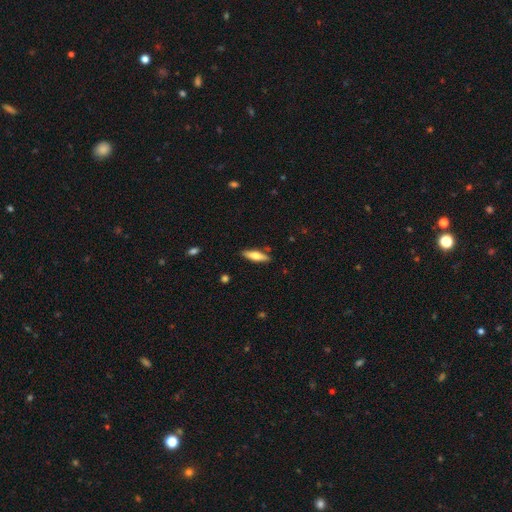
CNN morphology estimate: The model was most divided on "how rounded": cigar-shaped: 62%, in between: 37%, round: 2%. More confident: merging — none (85%); smooth or featured — smooth (60%).